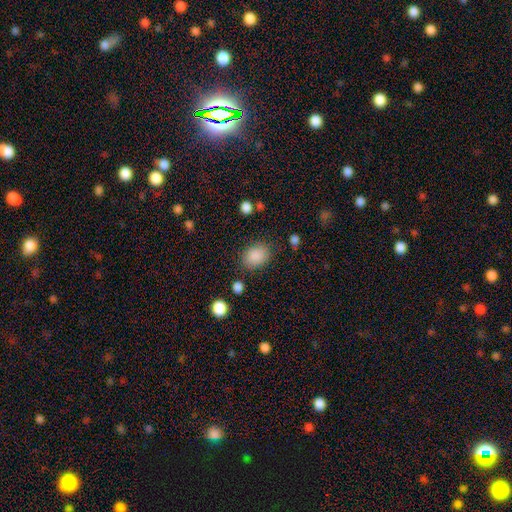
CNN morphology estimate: This is clearly a smooth galaxy (88%). How rounded: likely in between (64%). Merging: clearly none (81%).